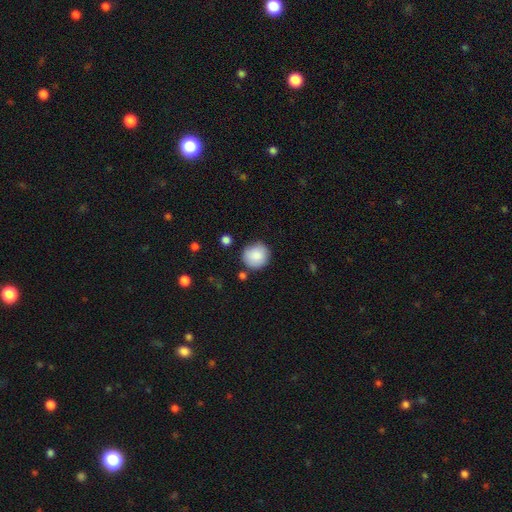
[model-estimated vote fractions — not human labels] smooth_or_featured: smooth (p=0.87) [alt: star or artifact p=0.07]
how_rounded: round (p=0.92) [alt: in between p=0.07]
merging: none (p=0.82) [alt: minor disturbance p=0.12]